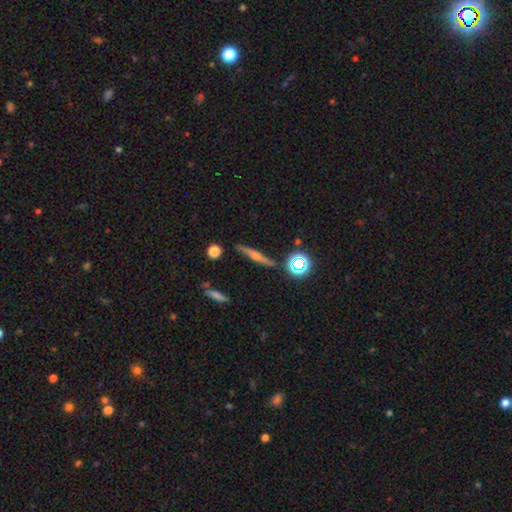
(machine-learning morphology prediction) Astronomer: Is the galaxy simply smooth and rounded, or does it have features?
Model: featured or disk — 56%.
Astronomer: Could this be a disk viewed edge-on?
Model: yes — 94%.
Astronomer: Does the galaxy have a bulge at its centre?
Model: rounded — 74%.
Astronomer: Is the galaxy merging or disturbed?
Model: none — 87%.